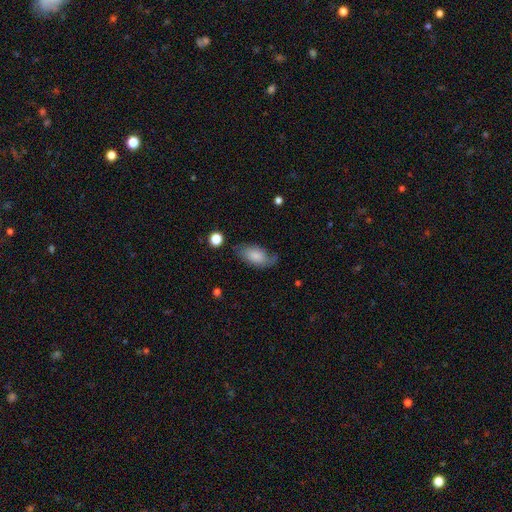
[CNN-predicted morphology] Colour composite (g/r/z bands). It shows a smooth galaxy with no disk features (69%) that is in between round and cigar-shaped (92%). Merging: none (61%).